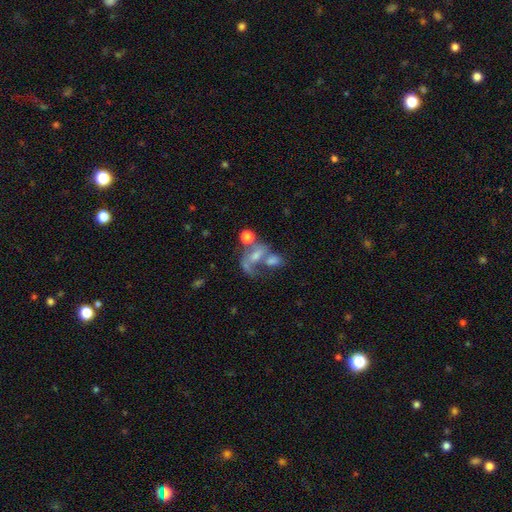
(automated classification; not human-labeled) Morphology: type=featured or disk (47%); merging=merger (48%).